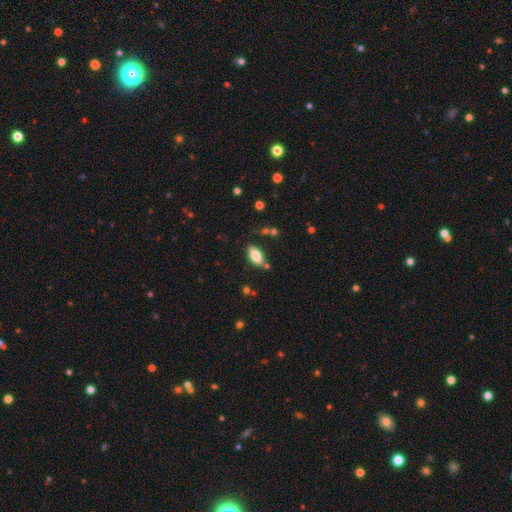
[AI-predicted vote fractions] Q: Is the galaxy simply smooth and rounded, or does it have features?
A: smooth — 77%.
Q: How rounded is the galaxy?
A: in between — 88%.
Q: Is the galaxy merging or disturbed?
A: none — 77%.